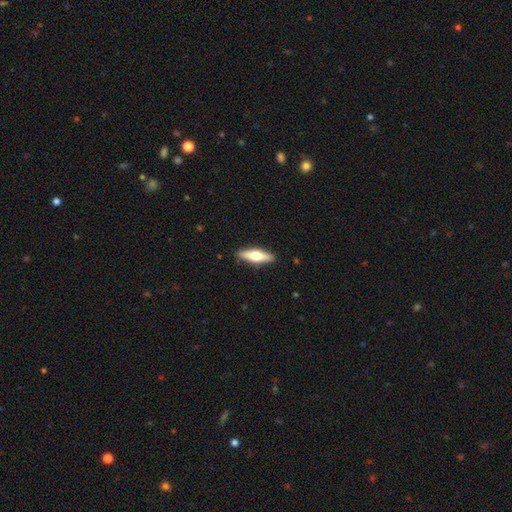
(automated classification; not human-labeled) Smooth or featured?
  - smooth: 47% * (tied)
  - featured or disk: 47% * (tied)
  - star or artifact: 5%
Merging?
  - none: 90% *
  - minor disturbance: 8%
  - major disturbance: 2%
  - merger: 1%